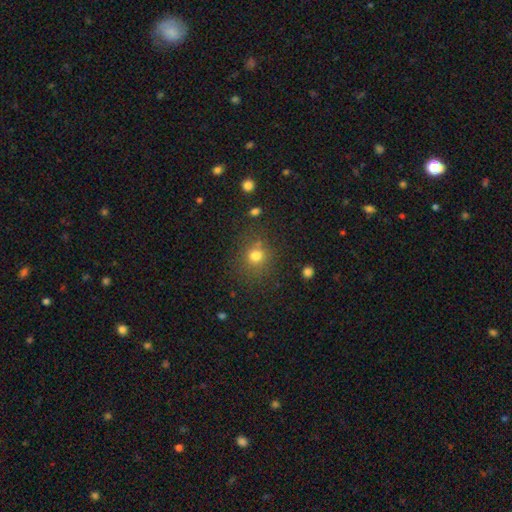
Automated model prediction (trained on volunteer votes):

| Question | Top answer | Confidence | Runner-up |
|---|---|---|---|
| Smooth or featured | smooth | 76% | star or artifact (16%) |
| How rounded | round | 85% | in between (14%) |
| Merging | none | 77% | minor disturbance (12%) |